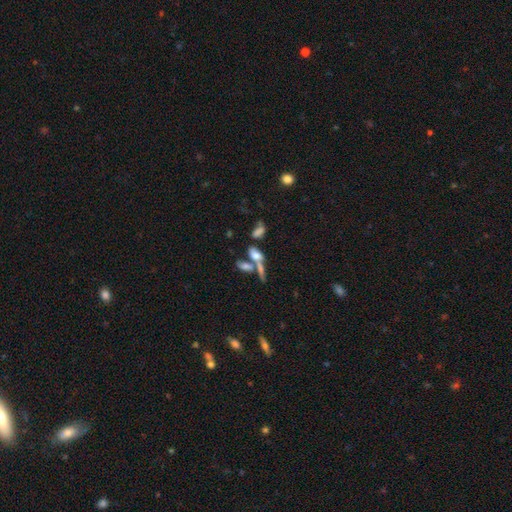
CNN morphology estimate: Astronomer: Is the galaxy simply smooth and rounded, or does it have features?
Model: smooth — 53% (runner-up: featured or disk, 34%).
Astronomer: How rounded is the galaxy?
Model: in between — 63%.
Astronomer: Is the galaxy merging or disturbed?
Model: merger — 48% (runner-up: none, 33%).